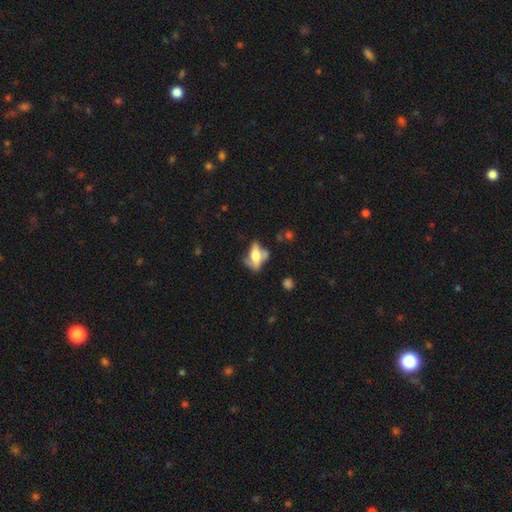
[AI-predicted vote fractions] A featured or disk galaxy (49%). Merging: none (39%).